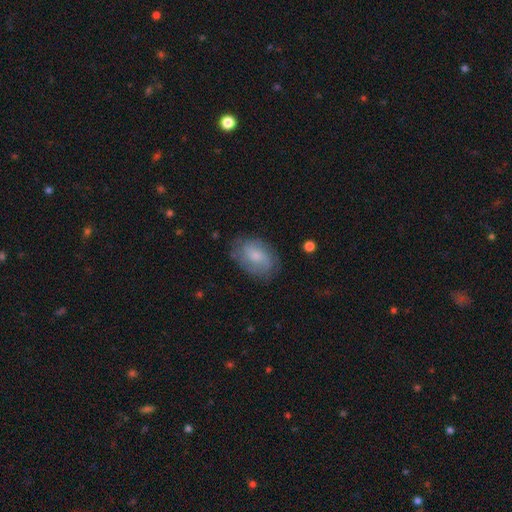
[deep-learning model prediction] Morphology: type=smooth (53%); roundness=in between (81%); merging=none (72%).